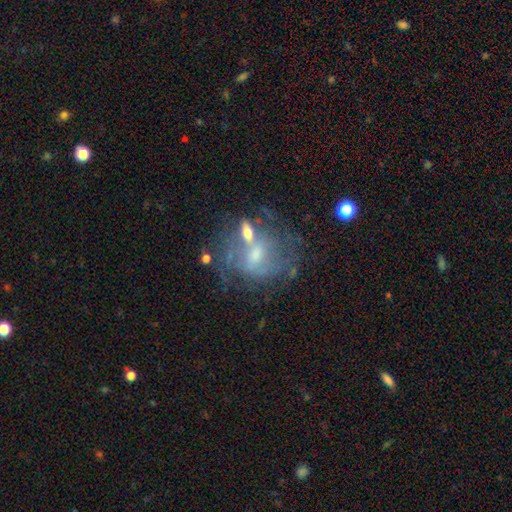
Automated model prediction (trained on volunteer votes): featured or disk 60%, smooth 27%, star or artifact 13%. Down the decision tree: edge-on disk — no (94%); bar — no (46%); spiral arms — no (55%); bulge size — moderate (45%); merging — none (32%, tied with merger).